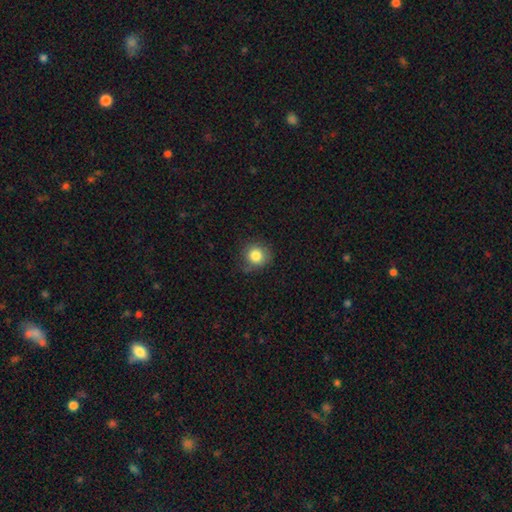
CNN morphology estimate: A smooth galaxy with no disk features (84%) that is round (89%).

Vote fractions:
- Smooth or featured? smooth: 84% / star or artifact: 10% / featured or disk: 6%
- How rounded? round: 89% / in between: 10% / cigar-shaped: 1%
- Merging? none: 76% / minor disturbance: 18% / major disturbance: 4% / merger: 1%